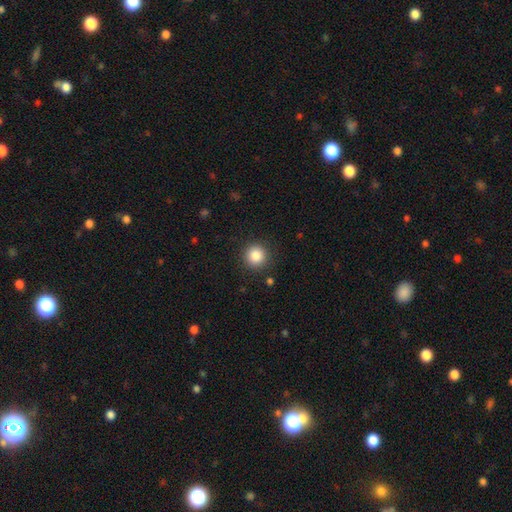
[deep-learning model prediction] A smooth galaxy with no disk features (86%) that is round (95%).

Vote fractions:
- Smooth or featured? smooth: 86% / star or artifact: 10% / featured or disk: 4%
- How rounded? round: 95% / in between: 5% / cigar-shaped: 1%
- Merging? none: 90% / minor disturbance: 6% / major disturbance: 2% / merger: 1%